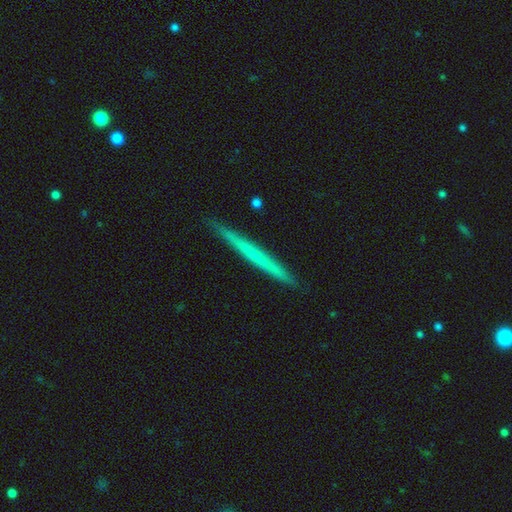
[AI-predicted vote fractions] This is possibly a featured or disk galaxy (50%). It is clearly viewed edge-on (97%). Merging: clearly none (91%).